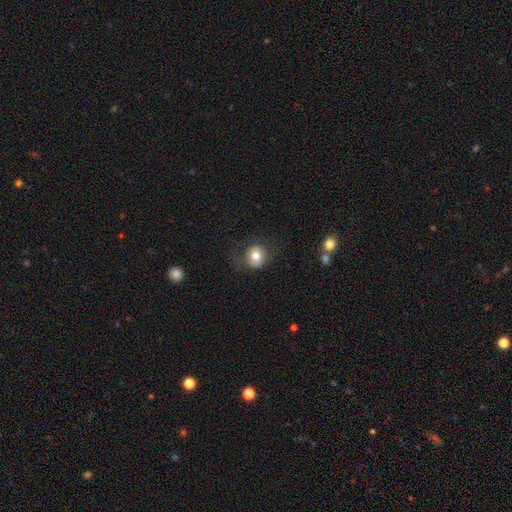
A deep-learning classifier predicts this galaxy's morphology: smooth 74%, featured or disk 16%, star or artifact 10%. Down the decision tree: how rounded — round (86%); merging — none (71%).